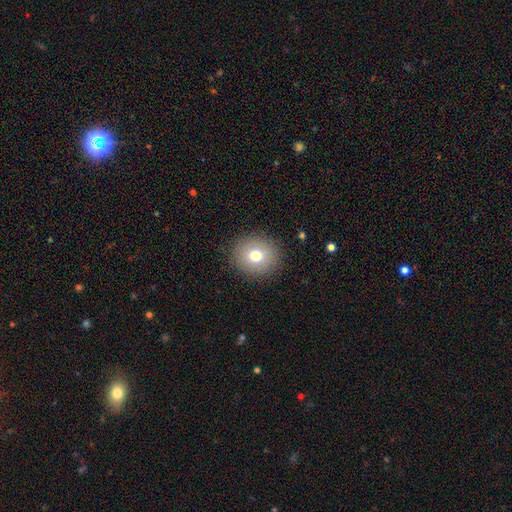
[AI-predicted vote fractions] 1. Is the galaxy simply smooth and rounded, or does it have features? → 74% smooth, 15% featured or disk, 11% star or artifact.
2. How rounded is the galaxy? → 82% round, 17% in between, 1% cigar-shaped.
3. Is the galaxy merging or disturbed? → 88% none, 8% minor disturbance, 3% major disturbance, 1% merger.